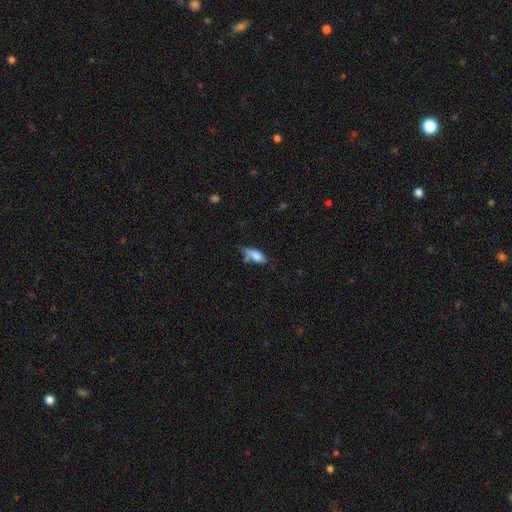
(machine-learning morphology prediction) The model was most divided on "merging": none: 40%, minor disturbance: 30%, merger: 17%, major disturbance: 14%. More confident: smooth or featured — smooth (75%); how rounded — in between (71%).